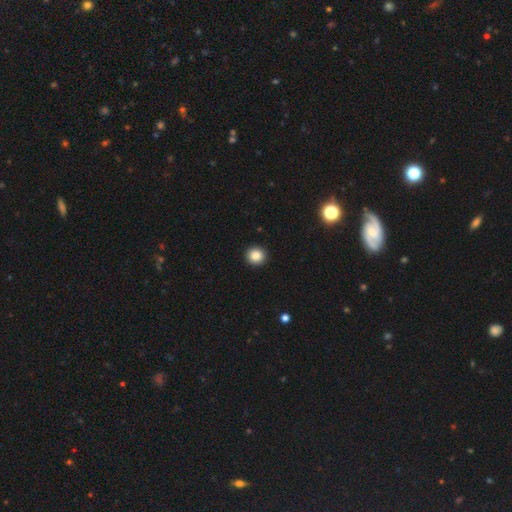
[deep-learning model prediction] Smooth or featured? Predicted: smooth (p=0.87). How rounded? Predicted: round (p=0.93). Merging? Predicted: none (p=0.93).